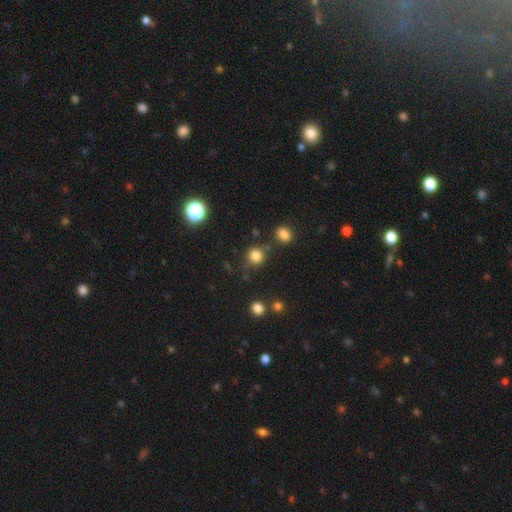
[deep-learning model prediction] Q: Smooth or featured?
A: smooth (81%); runner-up: star or artifact (14%)
Q: How rounded?
A: round (86%); runner-up: in between (13%)
Q: Merging?
A: none (75%); runner-up: minor disturbance (12%)